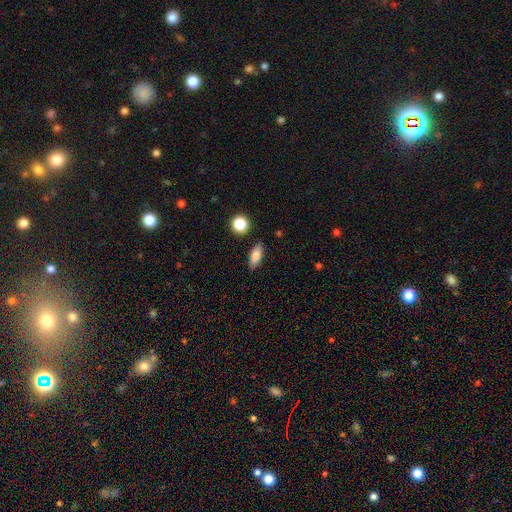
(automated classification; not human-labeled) smooth-or-featured: smooth: 81% | featured or disk: 11% | star or artifact: 8%
  how-rounded: in between: 76% | cigar-shaped: 19% | round: 5%
  merging: none: 86% | minor disturbance: 10% | merger: 2% | major disturbance: 2%